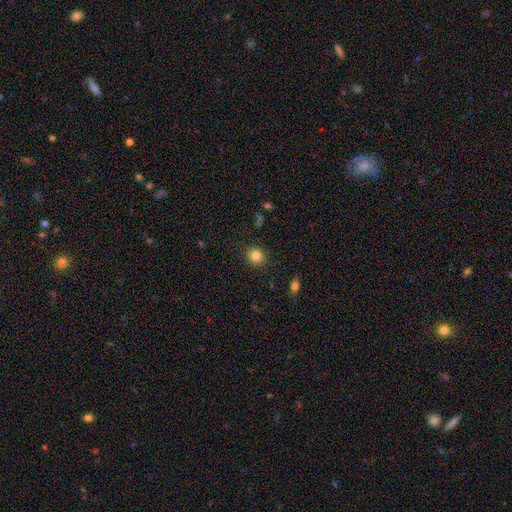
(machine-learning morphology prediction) Overall: smooth (83%). How rounded: round (86%). Merging: none (90%).